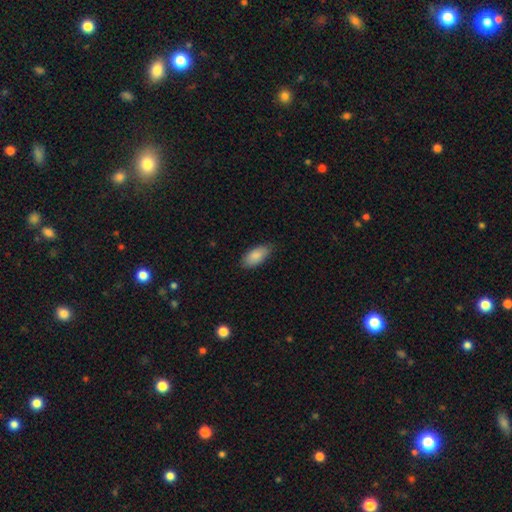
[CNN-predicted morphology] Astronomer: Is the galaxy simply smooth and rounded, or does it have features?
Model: smooth — 88%.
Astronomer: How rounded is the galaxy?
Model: in between — 91%.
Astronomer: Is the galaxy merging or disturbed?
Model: none — 81%.